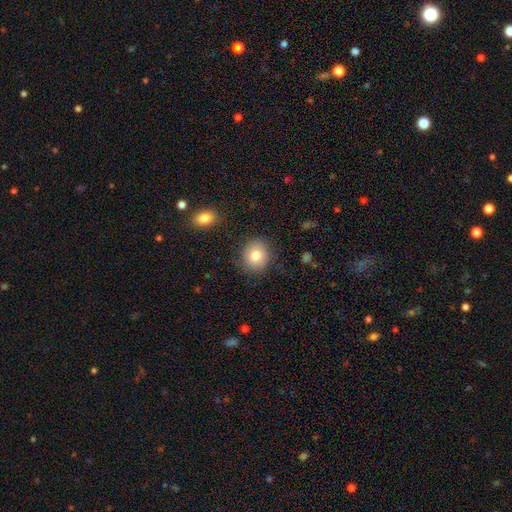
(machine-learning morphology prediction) Smooth or featured? smooth (81%)
How rounded? round (81%)
Merging? none (86%)